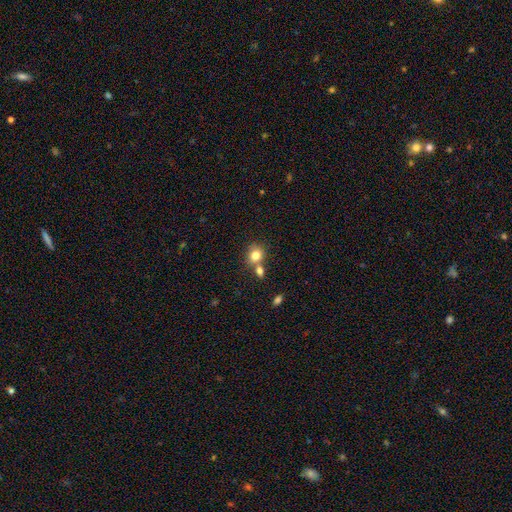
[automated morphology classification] smooth_or_featured: smooth (p=0.81) [alt: star or artifact p=0.11]
how_rounded: round (p=0.70) [alt: in between p=0.28]
merging: none (p=0.53) [alt: merger p=0.33]